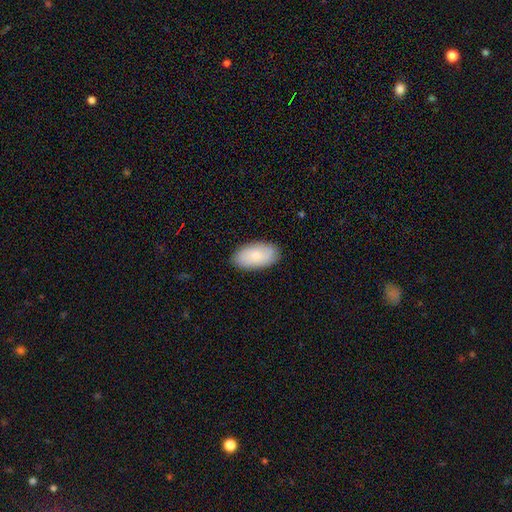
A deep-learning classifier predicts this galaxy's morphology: Smooth or featured?
  - smooth: 77% *
  - featured or disk: 17%
  - star or artifact: 6%
How rounded?
  - in between: 95% *
  - round: 3%
  - cigar-shaped: 2%
Merging?
  - none: 86% *
  - minor disturbance: 11%
  - major disturbance: 2%
  - merger: 1%